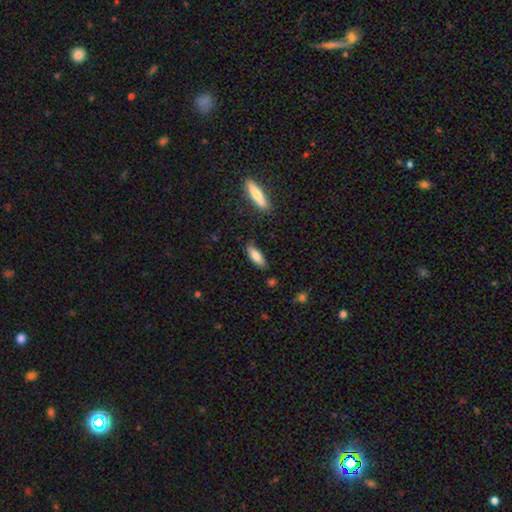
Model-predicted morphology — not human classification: smooth-or-featured: smooth: 79% | featured or disk: 15% | star or artifact: 6%
  how-rounded: in between: 61% | cigar-shaped: 37% | round: 2%
  merging: none: 80% | minor disturbance: 15% | major disturbance: 3% | merger: 3%